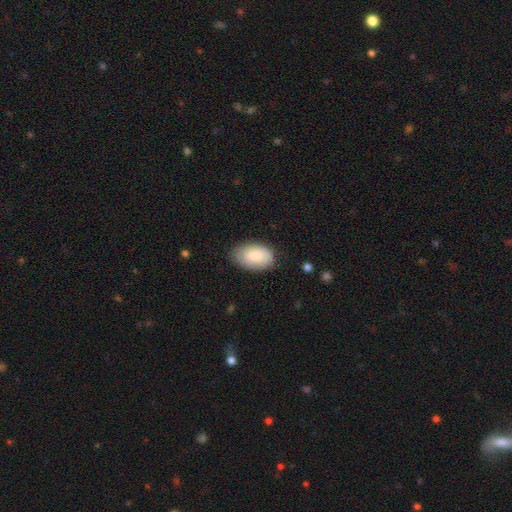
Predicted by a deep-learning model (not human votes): Q: Smooth or featured?
A: smooth (82%); runner-up: featured or disk (12%)
Q: How rounded?
A: in between (93%); runner-up: round (6%)
Q: Merging?
A: none (77%); runner-up: minor disturbance (18%)